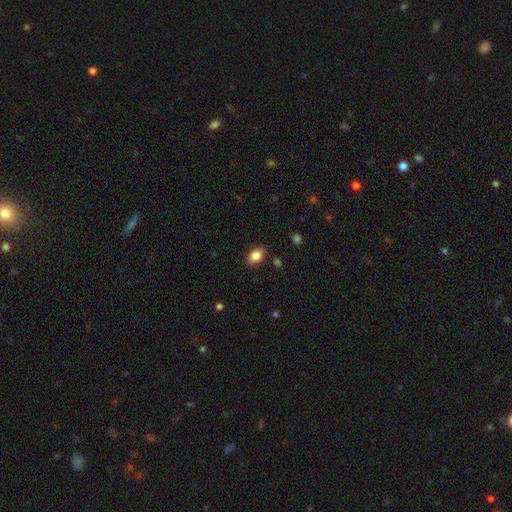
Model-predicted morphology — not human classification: Smooth or featured? smooth (85%)
How rounded? in between (82%)
Merging? none (86%)